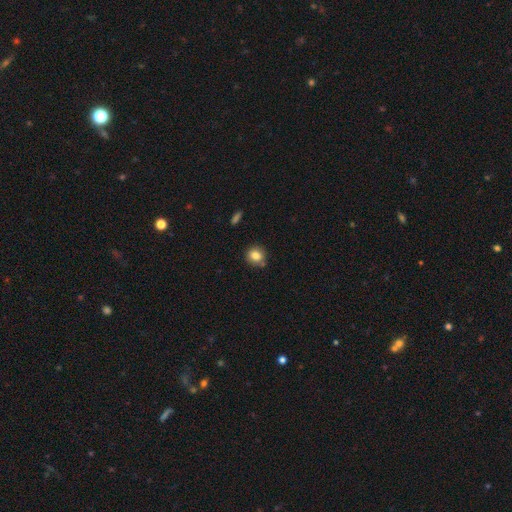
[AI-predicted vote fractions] Smooth or featured? smooth (83%)
How rounded? round (85%)
Merging? none (80%)